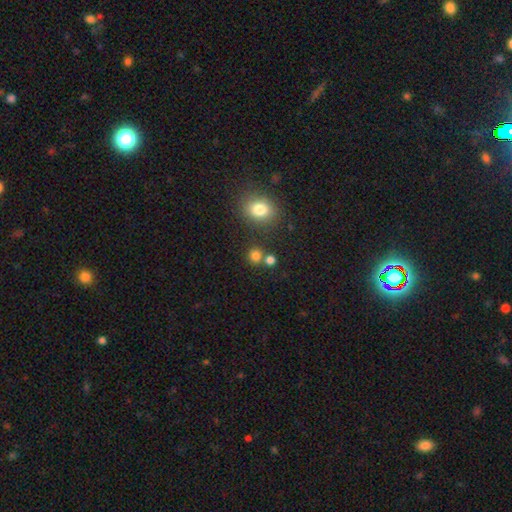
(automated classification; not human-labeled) smooth_or_featured: smooth (p=0.79) [alt: star or artifact p=0.15]
how_rounded: round (p=0.87) [alt: in between p=0.12]
merging: none (p=0.71) [alt: merger p=0.18]